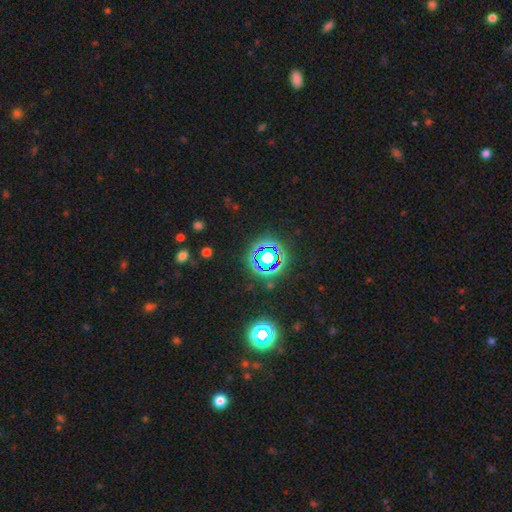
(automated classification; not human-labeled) Morphology: type=star or artifact (78%).